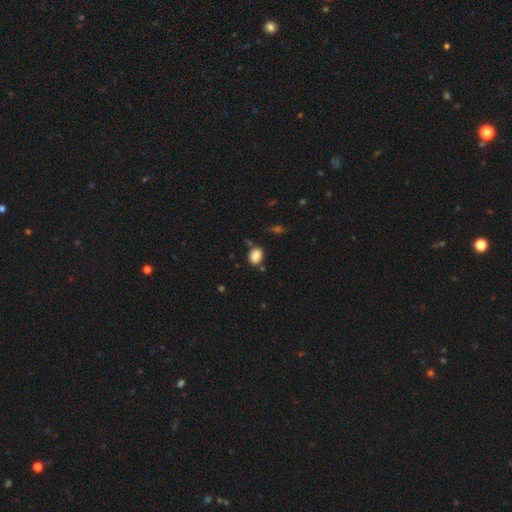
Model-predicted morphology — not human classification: This appears to be a smooth galaxy with no disk features (86%) that is in between round and cigar-shaped (67%). Merging: none (78%).